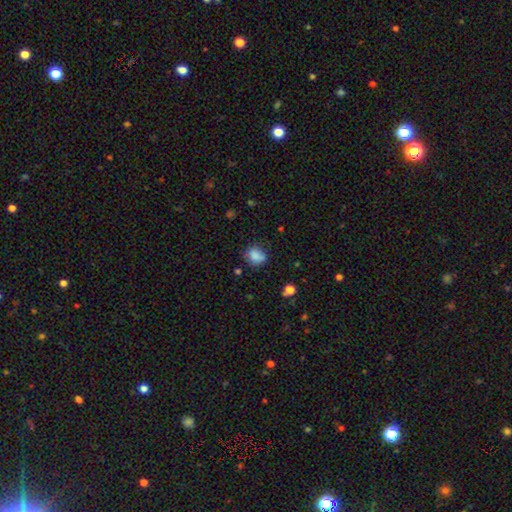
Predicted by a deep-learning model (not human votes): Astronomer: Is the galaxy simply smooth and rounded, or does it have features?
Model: smooth — 81%.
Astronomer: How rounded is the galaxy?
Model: round — 58% (runner-up: in between, 41%).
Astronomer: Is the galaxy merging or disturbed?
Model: none — 59%.